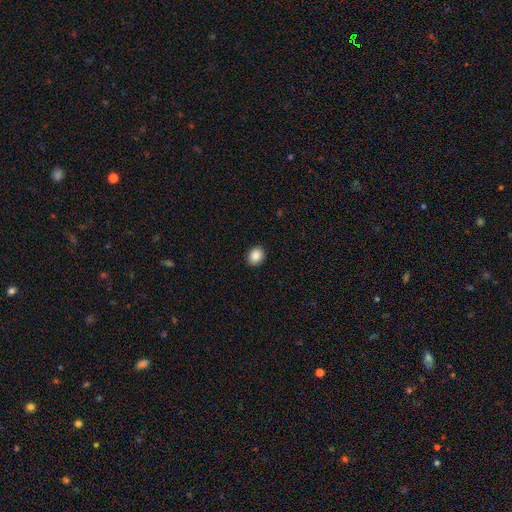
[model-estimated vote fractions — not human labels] This is clearly a smooth galaxy (88%). How rounded: possibly round (60%). Merging: clearly none (91%).